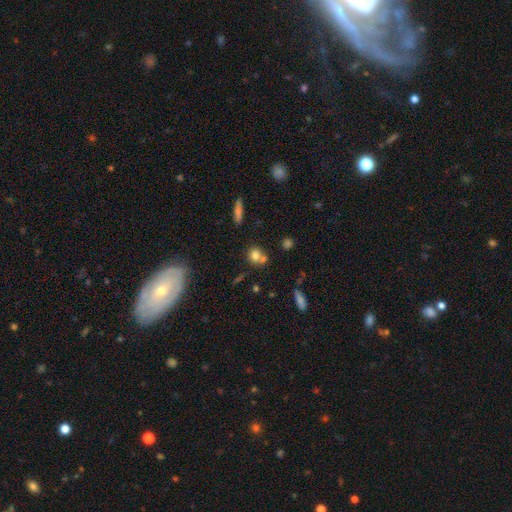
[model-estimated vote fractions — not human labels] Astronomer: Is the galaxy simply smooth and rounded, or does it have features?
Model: smooth — 75%.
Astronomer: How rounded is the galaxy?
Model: round — 76%.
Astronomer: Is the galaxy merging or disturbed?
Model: none — 50% (runner-up: merger, 35%).